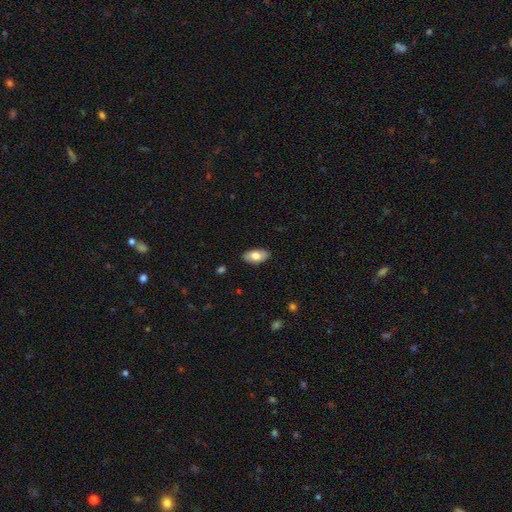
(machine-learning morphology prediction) Overall: smooth (76%). How rounded: in between (93%). Merging: none (87%).